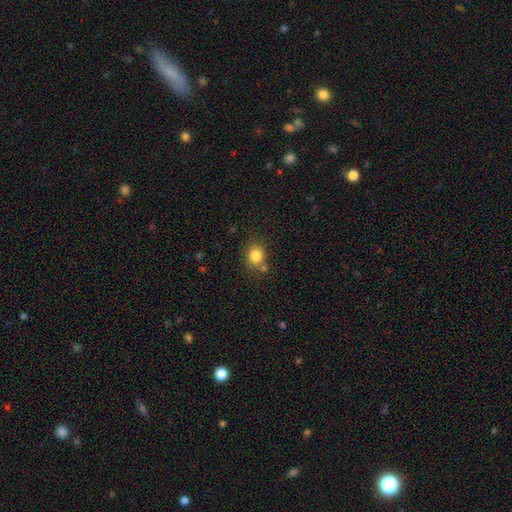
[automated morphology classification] smooth 82%, star or artifact 11%, featured or disk 6%. Down the decision tree: how rounded — round (67%); merging — none (72%).